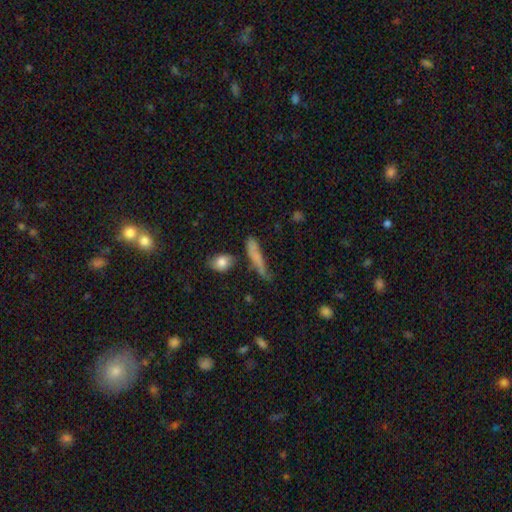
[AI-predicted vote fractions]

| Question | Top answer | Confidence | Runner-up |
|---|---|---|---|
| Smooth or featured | smooth | 68% | featured or disk (22%) |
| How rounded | cigar-shaped | 82% | in between (15%) |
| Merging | none | 54% | minor disturbance (25%) |